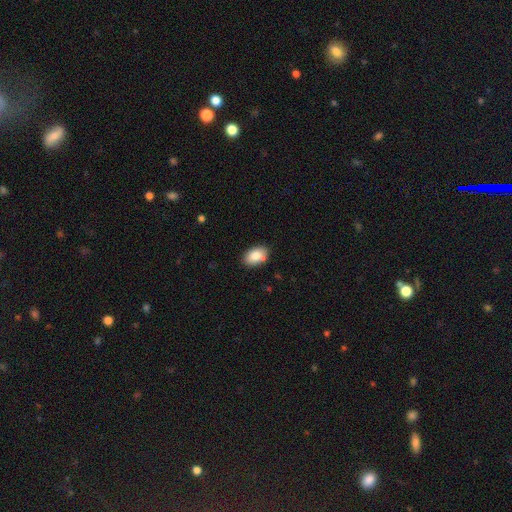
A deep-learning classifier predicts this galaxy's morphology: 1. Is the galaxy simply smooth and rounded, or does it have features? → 83% smooth, 9% featured or disk, 7% star or artifact.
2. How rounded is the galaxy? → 89% in between, 10% round, 1% cigar-shaped.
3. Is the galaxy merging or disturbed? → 79% none, 15% minor disturbance, 4% merger, 3% major disturbance.